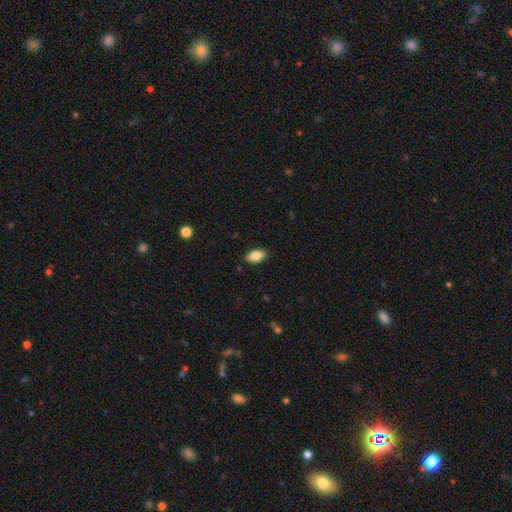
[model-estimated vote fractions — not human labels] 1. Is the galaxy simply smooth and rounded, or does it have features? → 84% smooth, 8% featured or disk, 7% star or artifact.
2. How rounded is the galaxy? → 92% in between, 5% round, 3% cigar-shaped.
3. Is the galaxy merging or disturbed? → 88% none, 9% minor disturbance, 2% major disturbance, 1% merger.